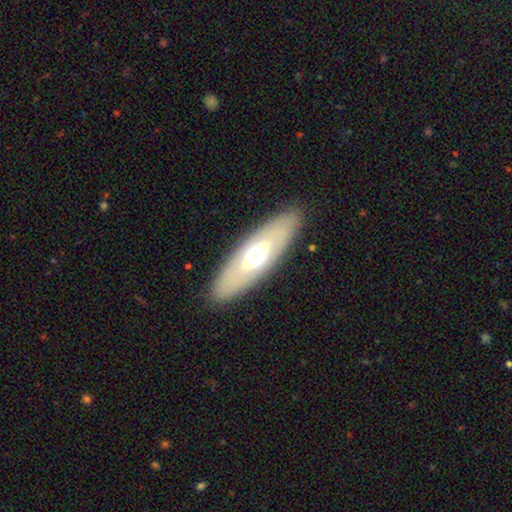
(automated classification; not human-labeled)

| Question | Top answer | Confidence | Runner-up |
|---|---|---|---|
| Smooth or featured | featured or disk | 48% | smooth (47%) |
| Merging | none | 87% | minor disturbance (9%) |